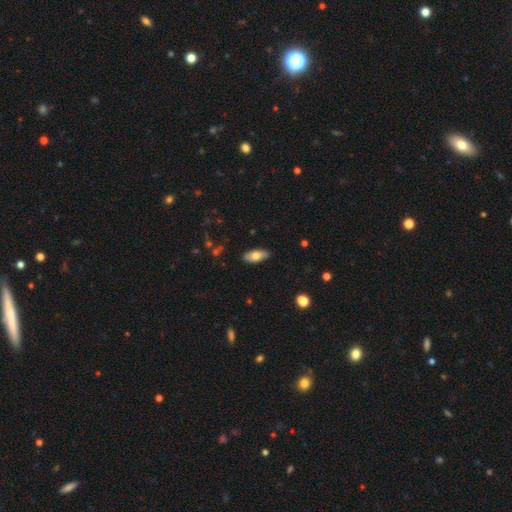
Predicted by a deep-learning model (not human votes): Smooth or featured? smooth (74%)
How rounded? in between (89%)
Merging? none (86%)